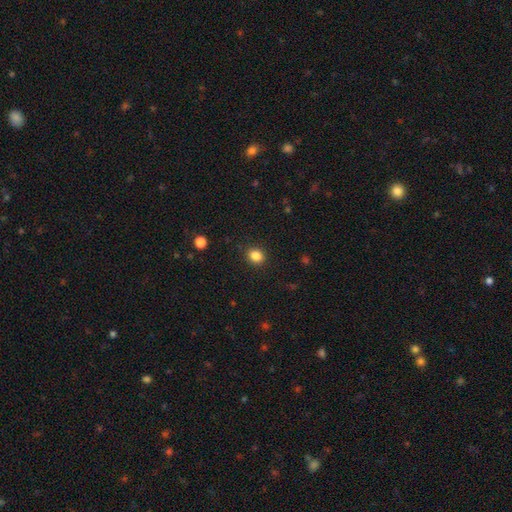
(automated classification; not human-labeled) This appears to be a smooth galaxy with no disk features (85%) that is round (69%). Merging: none (90%).